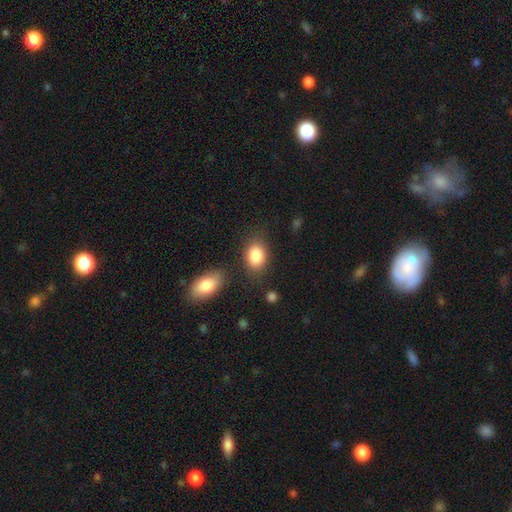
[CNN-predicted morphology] This is clearly a smooth galaxy (87%). How rounded: likely in between (79%). Merging: likely none (76%).